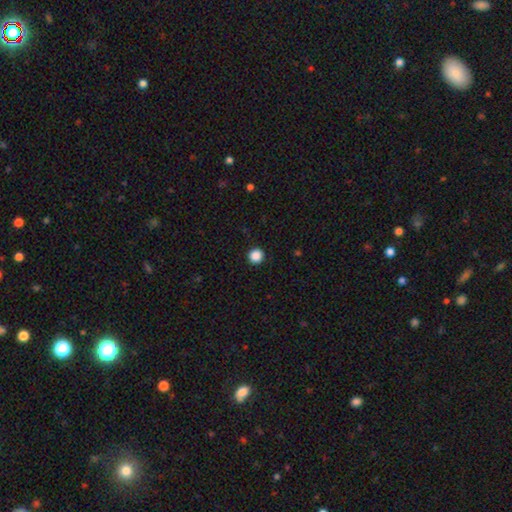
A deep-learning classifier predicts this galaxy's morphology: type=smooth (88%); roundness=round (95%); merging=none (93%).